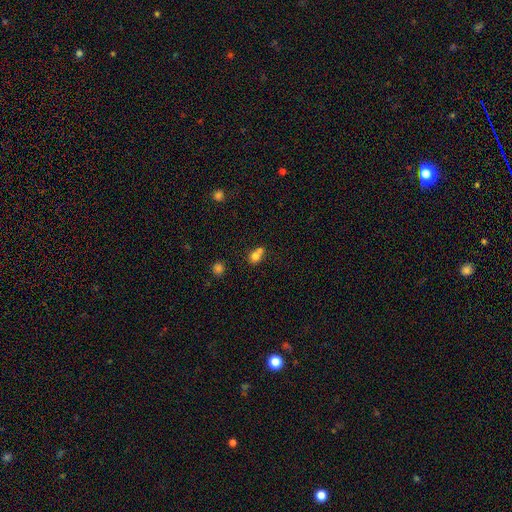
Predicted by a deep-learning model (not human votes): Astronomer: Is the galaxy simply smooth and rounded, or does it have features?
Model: smooth — 76%.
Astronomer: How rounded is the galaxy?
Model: round — 65%.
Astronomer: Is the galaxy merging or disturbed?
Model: merger — 52% (runner-up: none, 35%).